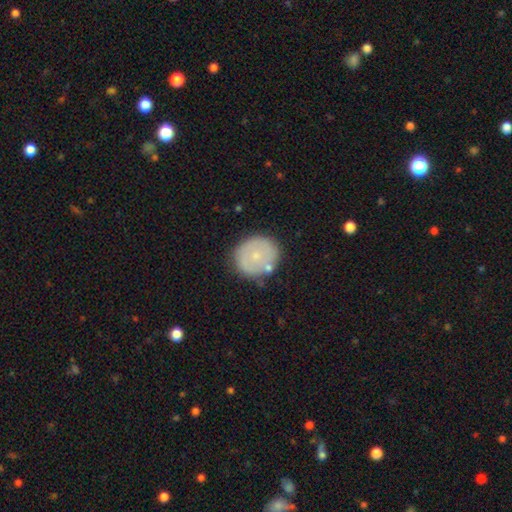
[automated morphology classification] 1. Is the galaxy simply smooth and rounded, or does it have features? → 57% smooth, 35% featured or disk, 8% star or artifact.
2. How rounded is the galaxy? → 83% round, 16% in between, 1% cigar-shaped.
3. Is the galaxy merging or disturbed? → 78% none, 13% minor disturbance, 5% merger, 4% major disturbance.